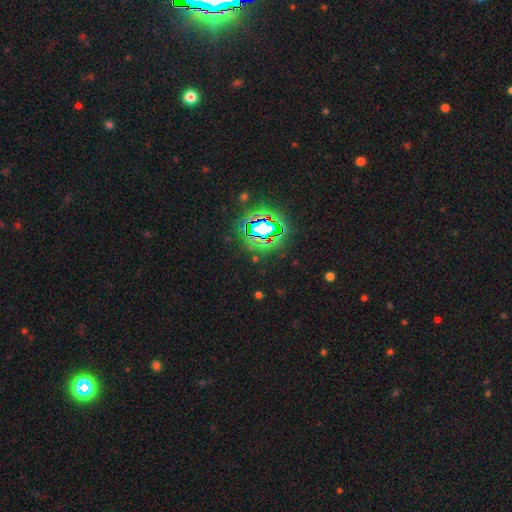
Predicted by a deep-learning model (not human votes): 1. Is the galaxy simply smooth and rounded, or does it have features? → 79% star or artifact, 12% smooth, 9% featured or disk.